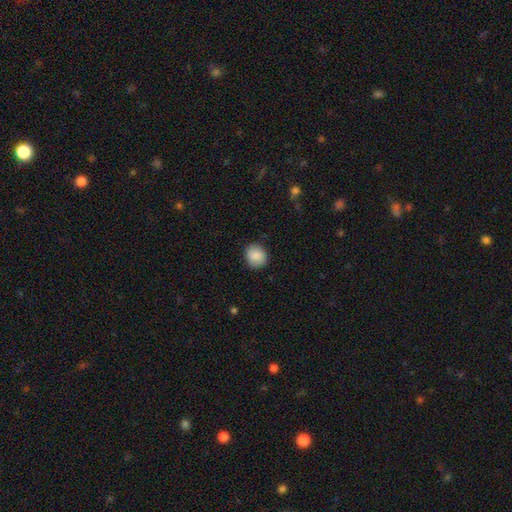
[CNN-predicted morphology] The model was most divided on "how rounded": round: 75%, in between: 24%, cigar-shaped: 1%. More confident: smooth or featured — smooth (88%); merging — none (85%).